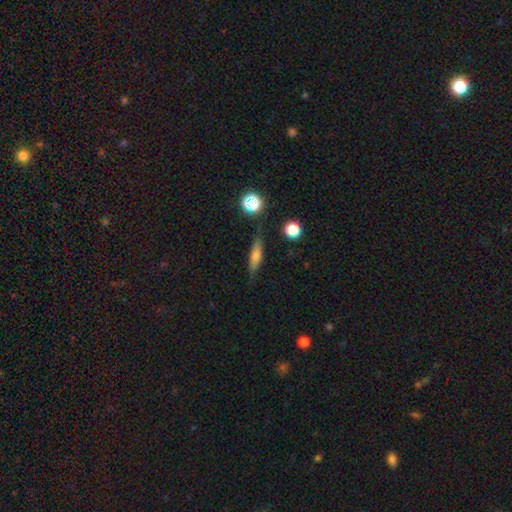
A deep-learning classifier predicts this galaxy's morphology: Smooth or featured? smooth (58%)
How rounded? cigar-shaped (68%)
Merging? none (78%)